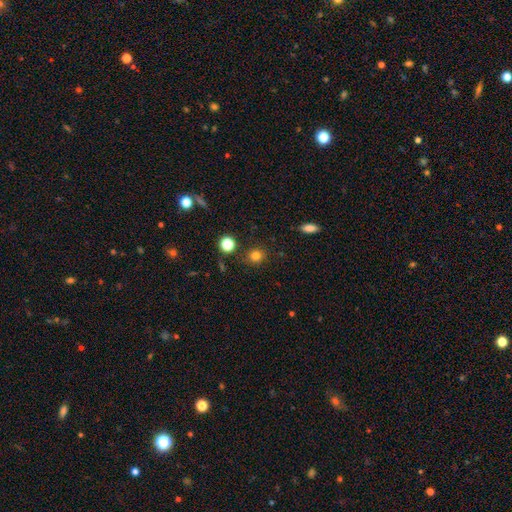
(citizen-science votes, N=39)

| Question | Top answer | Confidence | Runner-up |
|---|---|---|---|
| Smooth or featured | smooth | 87% | featured or disk (8%) |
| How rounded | round | 85% | in between (15%) |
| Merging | none | 84% | minor disturbance (5%) |